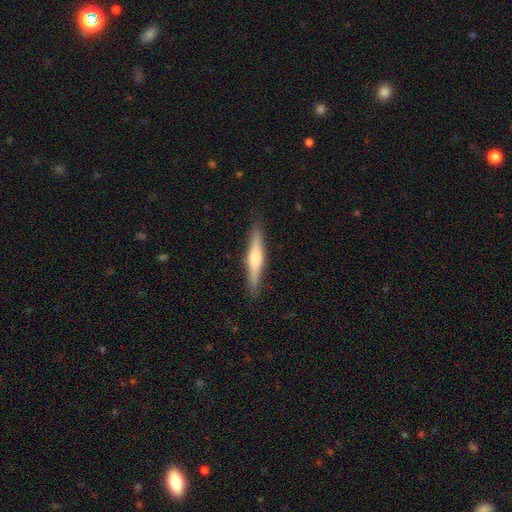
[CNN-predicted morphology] This appears to be a featured or disk galaxy (58%) viewed edge-on (97%) with a rounded central bulge (83%). Merging: none (89%).